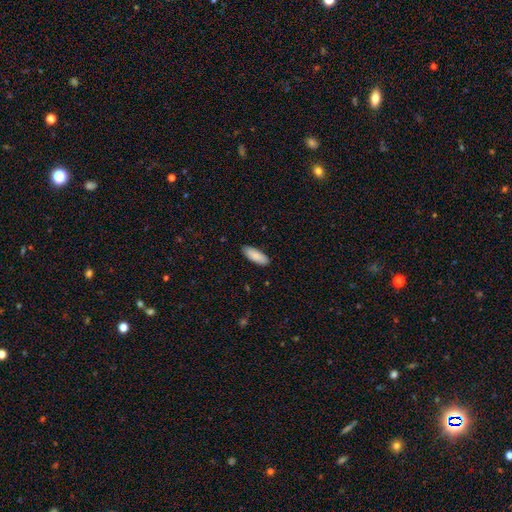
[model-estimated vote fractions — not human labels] Overall: smooth (89%). How rounded: in between (72%). Merging: none (89%).